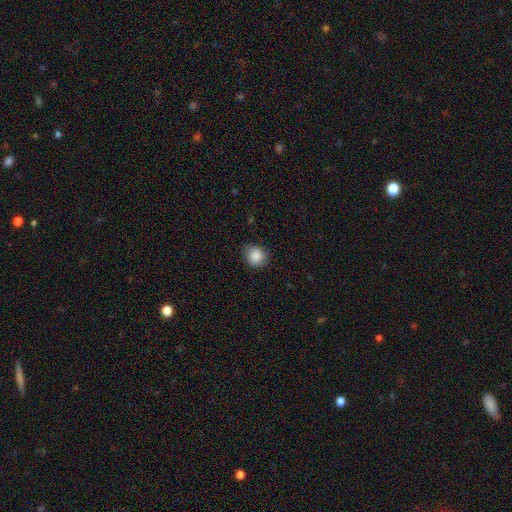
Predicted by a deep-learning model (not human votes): smooth_or_featured: smooth (p=0.87) [alt: star or artifact p=0.09]
how_rounded: round (p=0.86) [alt: in between p=0.13]
merging: none (p=0.82) [alt: minor disturbance p=0.14]